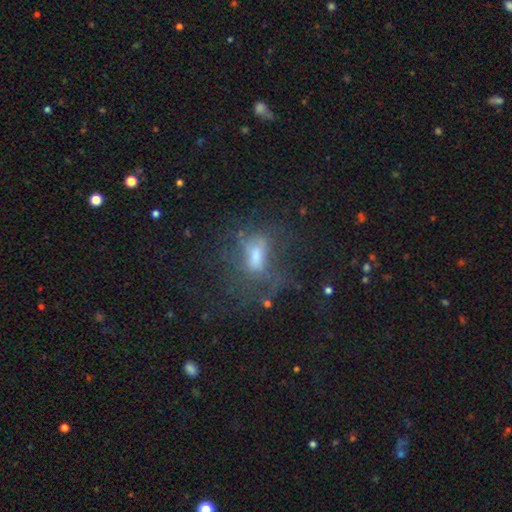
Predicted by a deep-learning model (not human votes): smooth-or-featured: featured or disk: 44% | smooth: 36% | star or artifact: 20%
  merging: none: 42% | major disturbance: 36% | minor disturbance: 19% | merger: 4%